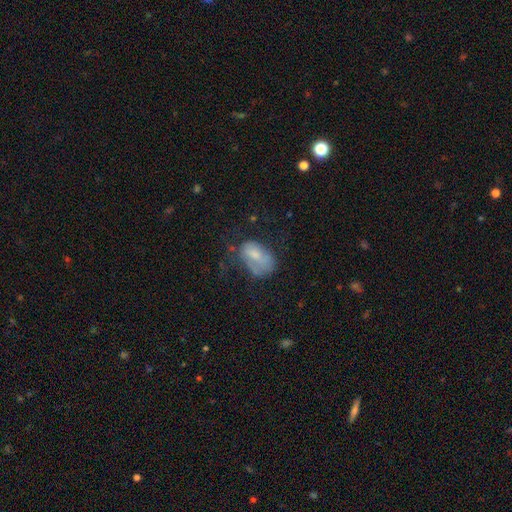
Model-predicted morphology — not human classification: Smooth or featured? smooth (61%)
How rounded? in between (87%)
Merging? major disturbance (35%)